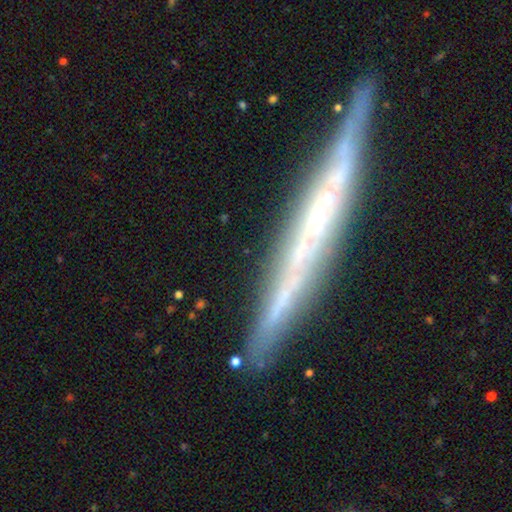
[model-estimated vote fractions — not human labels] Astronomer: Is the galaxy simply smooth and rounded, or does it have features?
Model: featured or disk — 72%.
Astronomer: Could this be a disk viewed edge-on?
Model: yes — 93%.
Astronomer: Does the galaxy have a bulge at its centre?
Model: none — 77%.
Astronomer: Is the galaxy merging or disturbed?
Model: none — 82%.